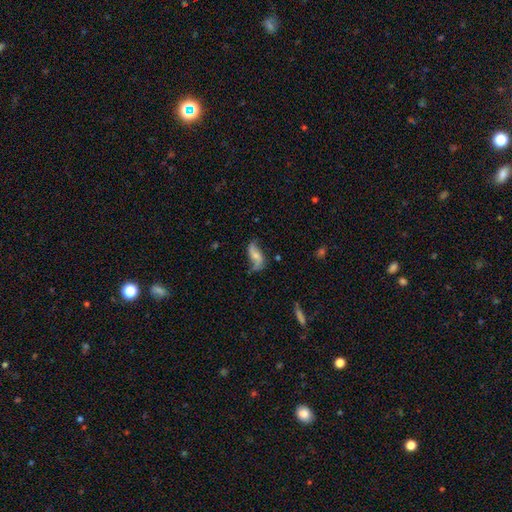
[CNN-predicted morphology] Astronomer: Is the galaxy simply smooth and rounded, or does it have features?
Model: featured or disk — 63%.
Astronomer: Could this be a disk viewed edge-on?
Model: no — 94%.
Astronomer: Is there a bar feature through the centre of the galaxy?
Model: no — 49% (runner-up: weak, 36%).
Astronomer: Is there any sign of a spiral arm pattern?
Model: yes — 89%.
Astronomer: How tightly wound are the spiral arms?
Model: loose — 82%.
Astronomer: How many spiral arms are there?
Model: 2 — 87%.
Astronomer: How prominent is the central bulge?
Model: small — 44% (runner-up: moderate, 29%).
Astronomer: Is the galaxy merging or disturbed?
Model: none — 56%.